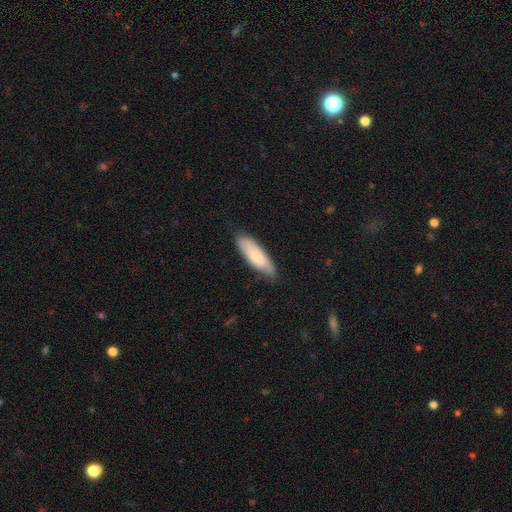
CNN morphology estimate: This appears to be a smooth galaxy with no disk features (73%) that is in between round and cigar-shaped (53%). Merging: none (71%).